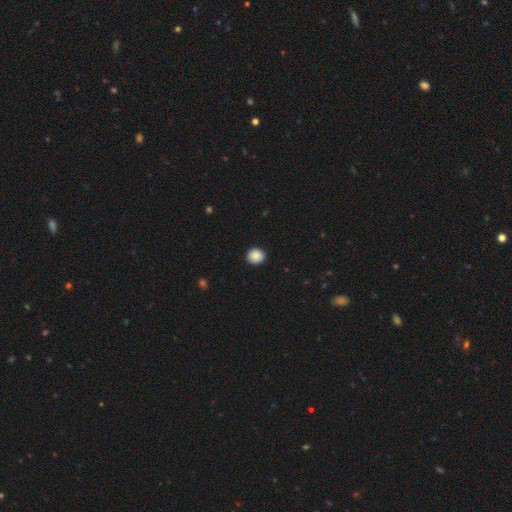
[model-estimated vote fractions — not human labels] A smooth galaxy with no disk features (89%) that is round (83%). Merging: none (91%).